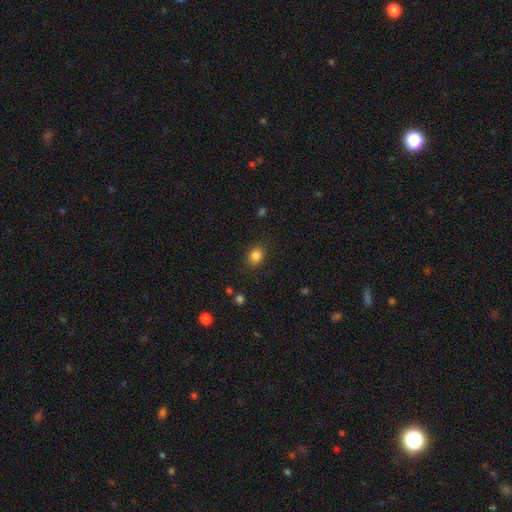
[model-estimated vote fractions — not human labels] Smooth or featured? smooth (85%)
How rounded? round (60%)
Merging? none (85%)